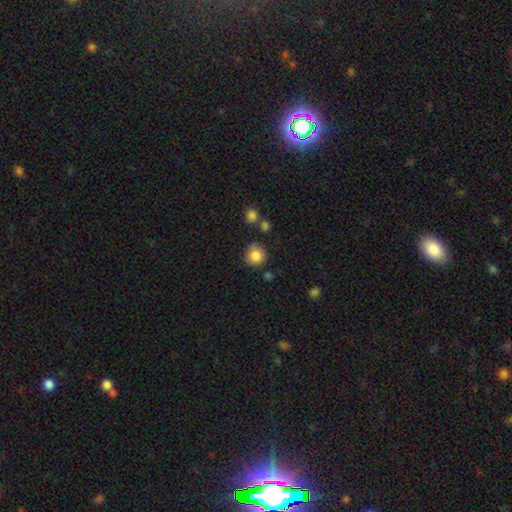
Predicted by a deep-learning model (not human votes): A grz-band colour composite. It shows a smooth galaxy with no disk features (84%) that is round (90%). Merging: none (74%).